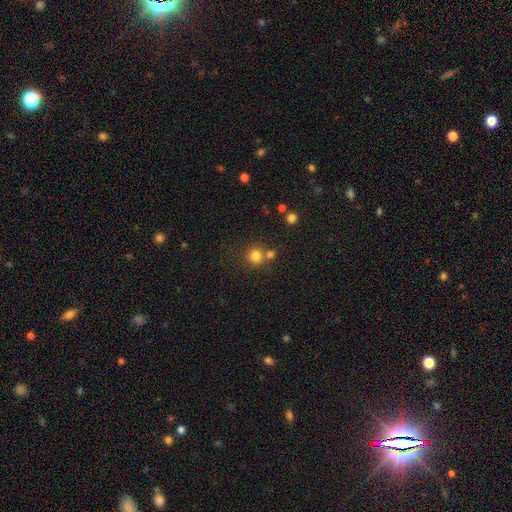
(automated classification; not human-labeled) Smooth or featured?
  - smooth: 79% *
  - star or artifact: 14%
  - featured or disk: 7%
How rounded?
  - round: 90% *
  - in between: 9%
  - cigar-shaped: 1%
Merging?
  - none: 64% *
  - merger: 24%
  - minor disturbance: 8%
  - major disturbance: 3%